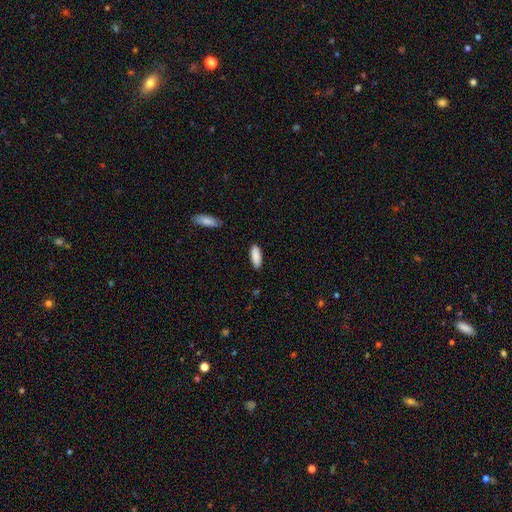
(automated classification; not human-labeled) smooth 89%, star or artifact 6%, featured or disk 5%. Down the decision tree: how rounded — in between (72%); merging — none (87%).